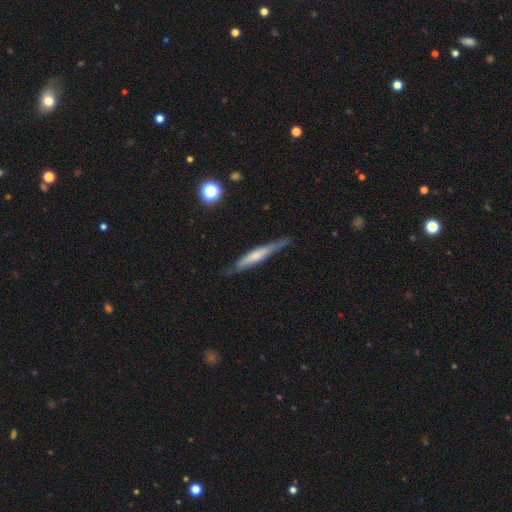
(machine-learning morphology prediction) A smooth galaxy with no disk features (48%).

Vote fractions:
- Smooth or featured? smooth: 48% / featured or disk: 45% / star or artifact: 6%
- Merging? none: 75% / minor disturbance: 19% / major disturbance: 4% / merger: 2%